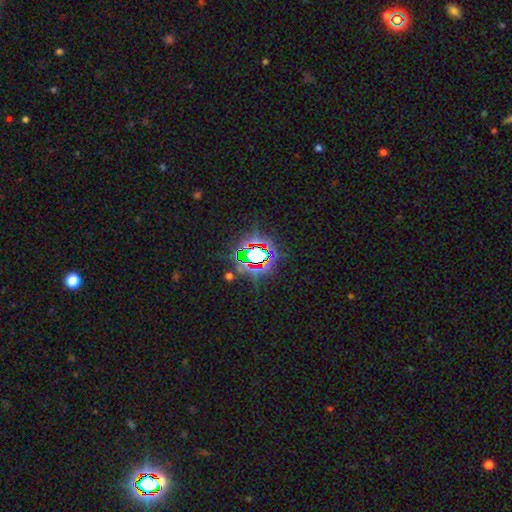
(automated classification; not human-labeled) star or artifact 75%, smooth 14%, featured or disk 10%.